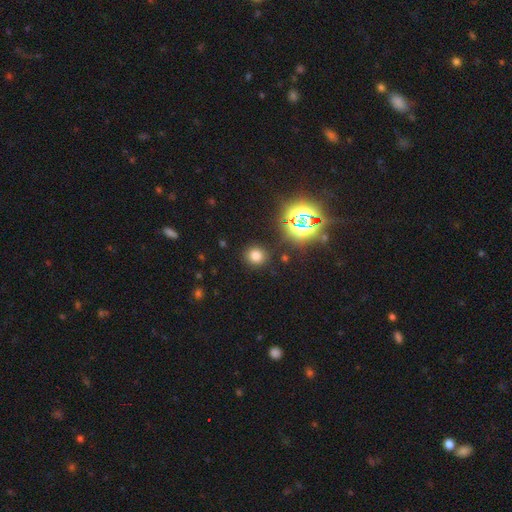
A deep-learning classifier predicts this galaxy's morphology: Q: Smooth or featured?
A: smooth (71%); runner-up: star or artifact (22%)
Q: How rounded?
A: round (89%); runner-up: in between (10%)
Q: Merging?
A: none (88%); runner-up: minor disturbance (7%)